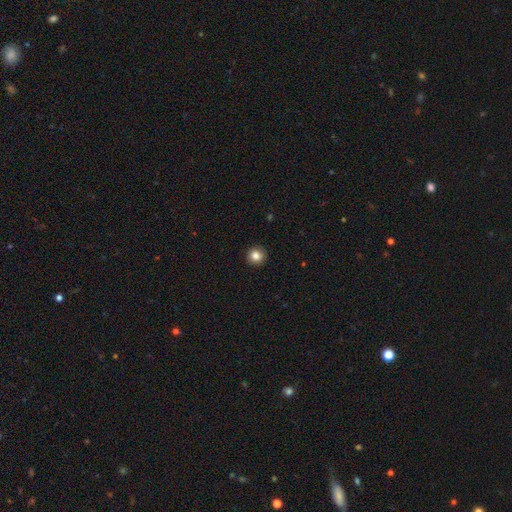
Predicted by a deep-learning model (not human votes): A smooth galaxy with no disk features (84%) that is round (93%).

Vote fractions:
- Smooth or featured? smooth: 84% / star or artifact: 10% / featured or disk: 6%
- How rounded? round: 93% / in between: 6% / cigar-shaped: 1%
- Merging? none: 93% / minor disturbance: 5% / major disturbance: 1% / merger: 1%